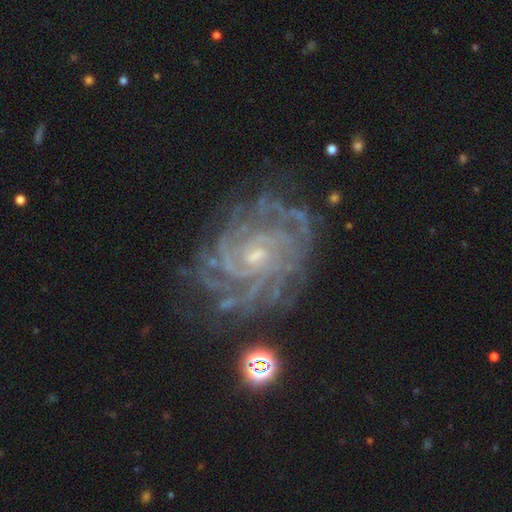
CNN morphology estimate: This appears to be a featured or disk galaxy (89%) with no bar (68%), tight (78%) spiral arms (98%) and a small central bulge (73%). Merging: none (75%).